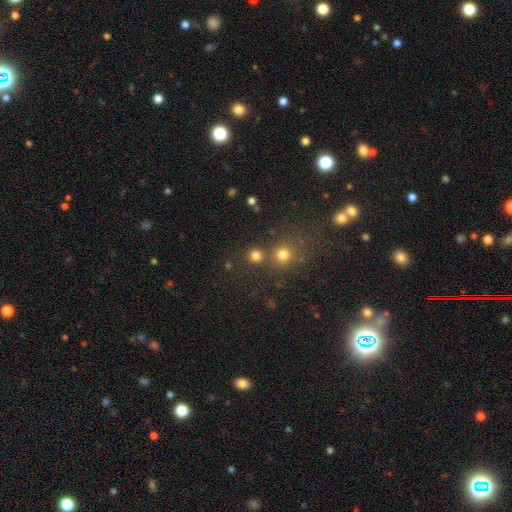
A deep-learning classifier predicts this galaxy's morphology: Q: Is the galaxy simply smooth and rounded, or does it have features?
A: smooth — 77%.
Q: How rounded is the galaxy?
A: round — 90%.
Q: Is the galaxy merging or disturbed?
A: none — 71%.